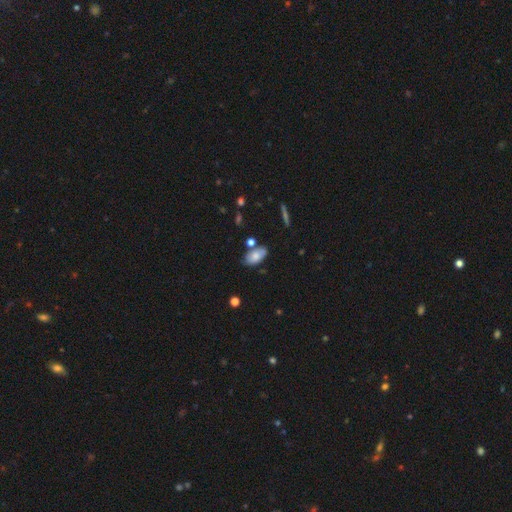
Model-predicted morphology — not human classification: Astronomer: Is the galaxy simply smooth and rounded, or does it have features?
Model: smooth — 78%.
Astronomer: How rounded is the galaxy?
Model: in between — 93%.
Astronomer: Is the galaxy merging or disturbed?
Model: none — 72%.